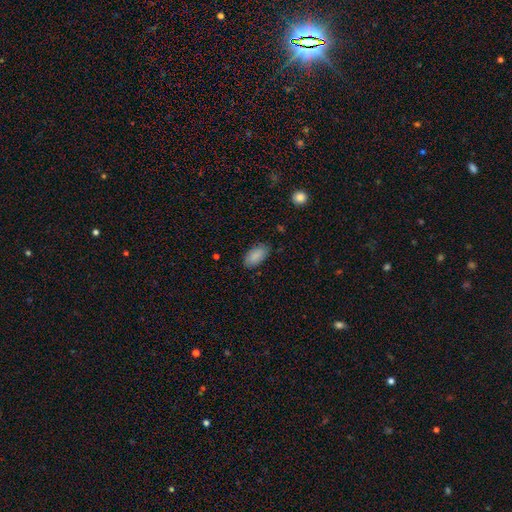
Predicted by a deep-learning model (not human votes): A smooth galaxy with no disk features (88%) that is in between round and cigar-shaped (94%).

Vote fractions:
- Smooth or featured? smooth: 88% / star or artifact: 6% / featured or disk: 6%
- How rounded? in between: 94% / cigar-shaped: 3% / round: 2%
- Merging? none: 81% / minor disturbance: 15% / major disturbance: 3% / merger: 1%